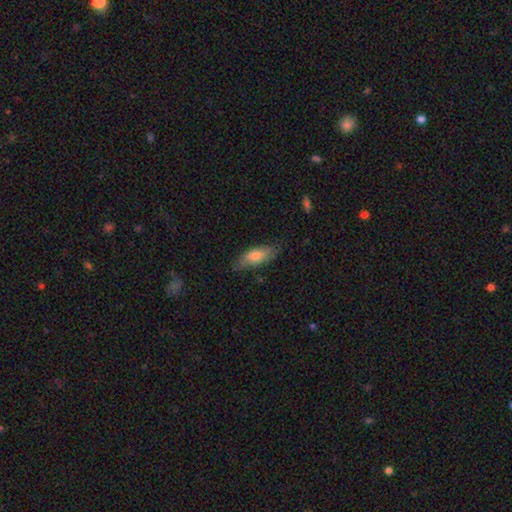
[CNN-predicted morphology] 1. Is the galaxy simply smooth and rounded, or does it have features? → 70% smooth, 24% featured or disk, 6% star or artifact.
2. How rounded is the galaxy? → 75% in between, 23% cigar-shaped, 2% round.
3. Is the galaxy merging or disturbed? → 70% none, 24% minor disturbance, 5% major disturbance, 1% merger.